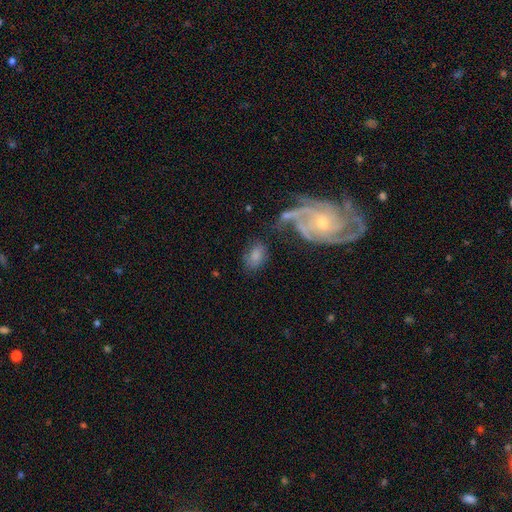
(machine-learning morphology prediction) Smooth or featured? Predicted: smooth (p=0.67). How rounded? Predicted: in between (p=0.81). Merging? Predicted: none (p=0.55).